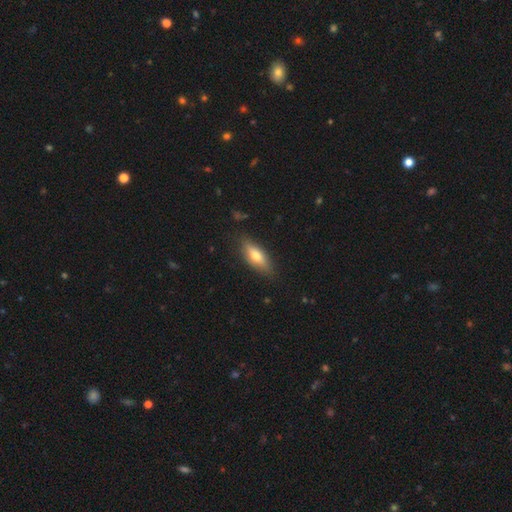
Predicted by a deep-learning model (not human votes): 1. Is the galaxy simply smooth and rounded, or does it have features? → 63% smooth, 31% featured or disk, 6% star or artifact.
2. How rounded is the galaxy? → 65% in between, 32% cigar-shaped, 3% round.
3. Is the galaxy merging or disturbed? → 83% none, 13% minor disturbance, 3% major disturbance, 1% merger.